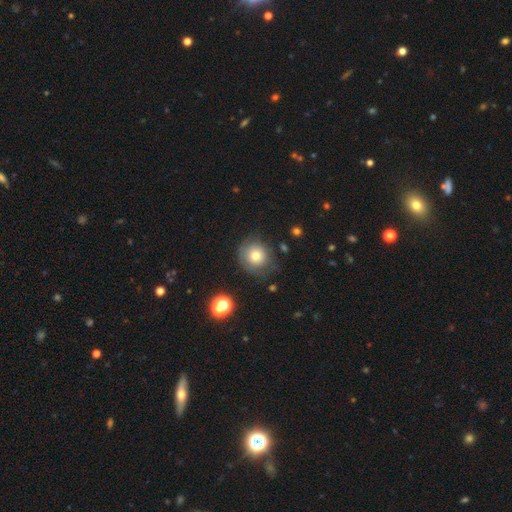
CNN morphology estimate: Smooth or featured? smooth (71%)
How rounded? round (86%)
Merging? none (69%)